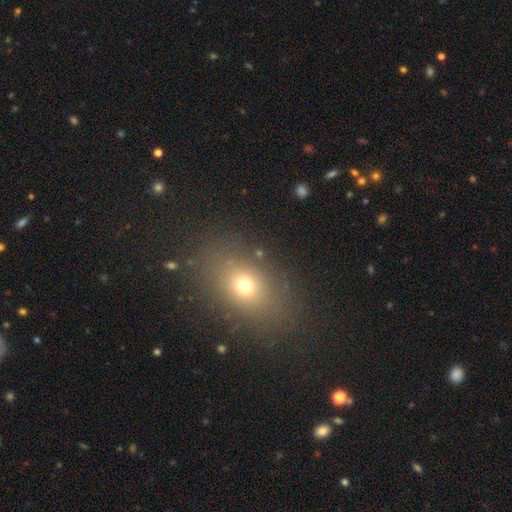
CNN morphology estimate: This appears to be a smooth galaxy with no disk features (63%) that is in between round and cigar-shaped (71%). Merging: none (87%).